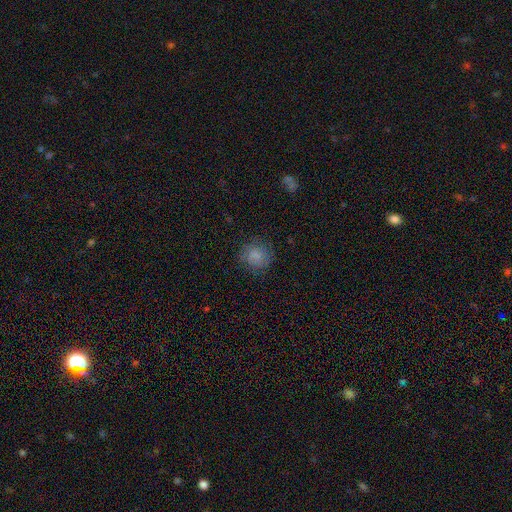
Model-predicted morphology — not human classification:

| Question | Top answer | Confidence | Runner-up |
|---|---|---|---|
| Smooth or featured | smooth | 82% | star or artifact (9%) |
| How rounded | round | 84% | in between (15%) |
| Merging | none | 80% | minor disturbance (14%) |